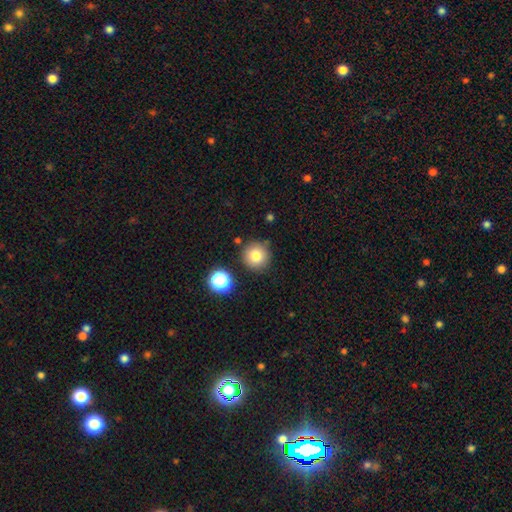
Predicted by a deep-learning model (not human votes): A smooth galaxy with no disk features (80%) that is round (95%). Merging: none (83%).